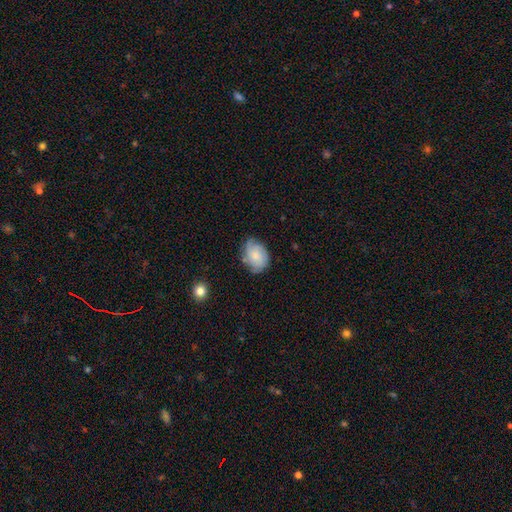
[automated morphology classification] Smooth or featured?
  - smooth: 65% *
  - featured or disk: 28%
  - star or artifact: 8%
How rounded?
  - in between: 67% *
  - round: 32%
  - cigar-shaped: 1%
Merging?
  - none: 62% *
  - minor disturbance: 29%
  - major disturbance: 7%
  - merger: 2%